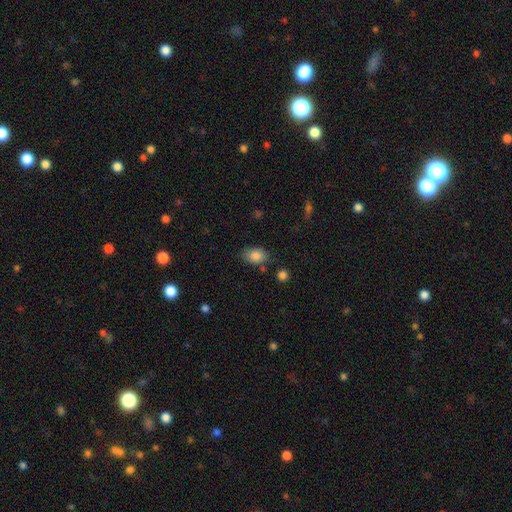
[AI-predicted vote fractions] A smooth galaxy with no disk features (85%) that is in between round and cigar-shaped (79%).

Vote fractions:
- Smooth or featured? smooth: 85% / star or artifact: 8% / featured or disk: 6%
- How rounded? in between: 79% / round: 19% / cigar-shaped: 1%
- Merging? none: 73% / minor disturbance: 18% / merger: 5% / major disturbance: 4%